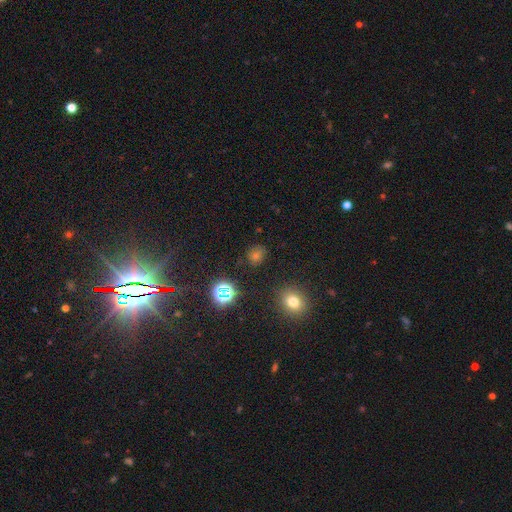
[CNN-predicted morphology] smooth_or_featured: smooth (p=0.53) [alt: star or artifact p=0.38]
how_rounded: round (p=0.71) [alt: in between p=0.28]
merging: none (p=0.84) [alt: minor disturbance p=0.10]